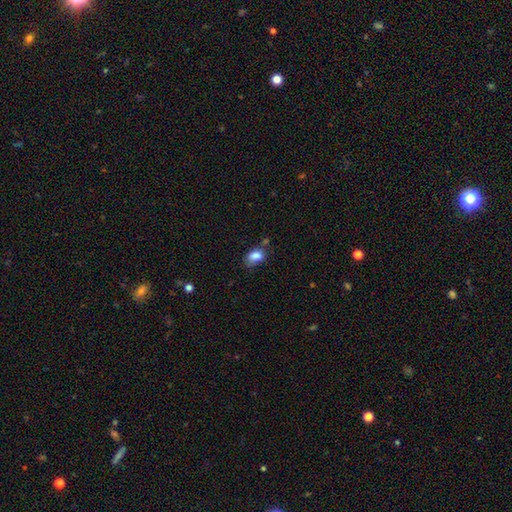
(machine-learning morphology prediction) Smooth or featured? smooth (82%)
How rounded? in between (83%)
Merging? none (46%)